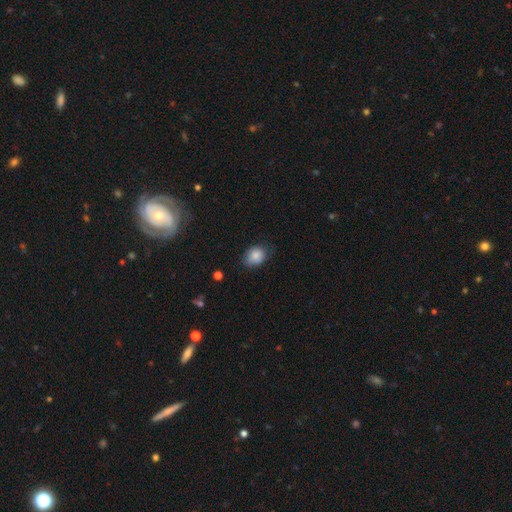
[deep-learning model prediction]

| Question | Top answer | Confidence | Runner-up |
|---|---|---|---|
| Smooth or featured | smooth | 85% | star or artifact (8%) |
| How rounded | in between | 57% | round (42%) |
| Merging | none | 69% | minor disturbance (24%) |